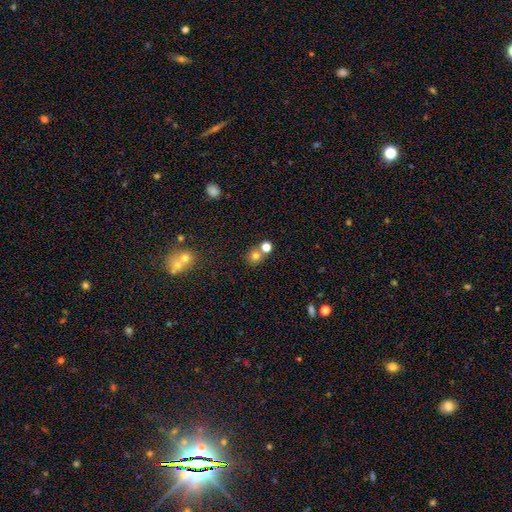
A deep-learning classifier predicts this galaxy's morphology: Overall: smooth (73%). How rounded: round (85%). Merging: none (56%; merger 34%).